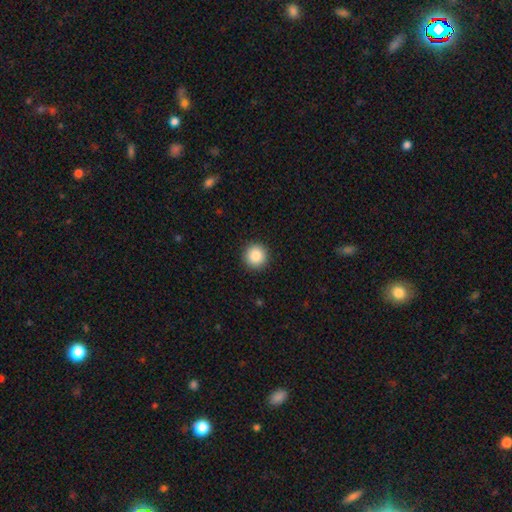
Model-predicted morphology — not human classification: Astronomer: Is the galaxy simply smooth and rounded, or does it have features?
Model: smooth — 88%.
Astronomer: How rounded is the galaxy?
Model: round — 96%.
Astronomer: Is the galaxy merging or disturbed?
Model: none — 93%.